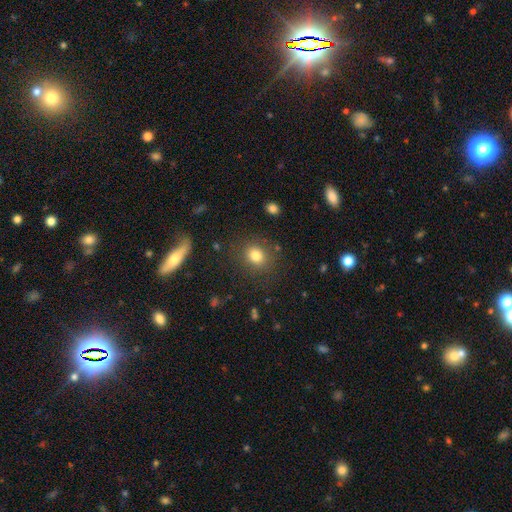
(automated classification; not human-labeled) This is likely a smooth galaxy (80%). How rounded: likely round (68%). Merging: clearly none (82%).